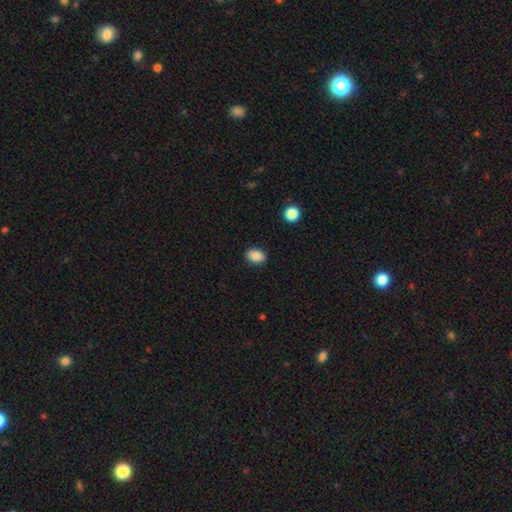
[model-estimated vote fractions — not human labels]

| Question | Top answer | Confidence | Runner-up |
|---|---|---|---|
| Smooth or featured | smooth | 87% | star or artifact (9%) |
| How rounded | in between | 69% | round (29%) |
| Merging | none | 88% | minor disturbance (8%) |